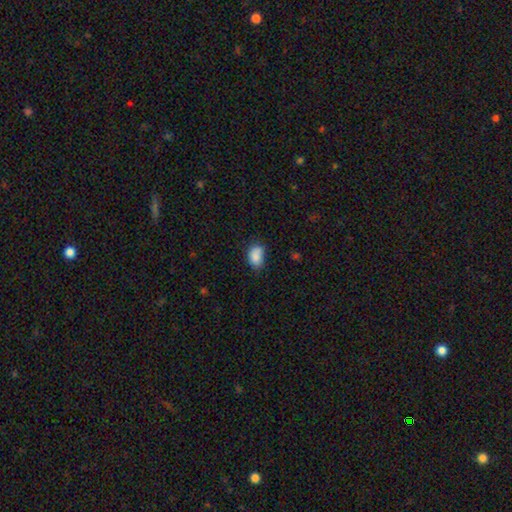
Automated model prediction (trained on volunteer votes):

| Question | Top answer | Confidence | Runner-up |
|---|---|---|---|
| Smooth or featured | smooth | 87% | star or artifact (8%) |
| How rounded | in between | 85% | round (14%) |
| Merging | none | 61% | minor disturbance (30%) |